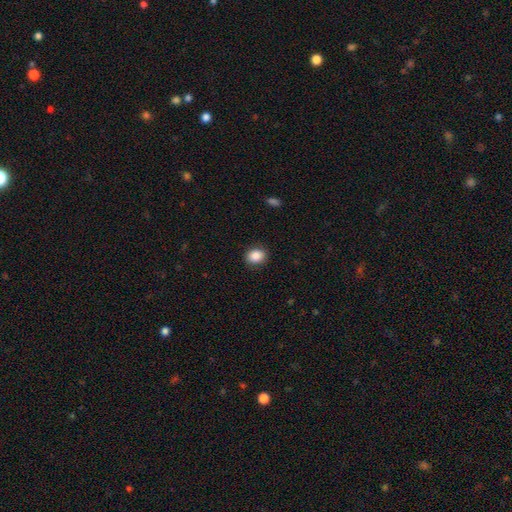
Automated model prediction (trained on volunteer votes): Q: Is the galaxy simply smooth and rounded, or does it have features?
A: smooth — 87%.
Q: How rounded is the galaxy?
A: in between — 53%.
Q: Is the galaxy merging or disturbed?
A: none — 89%.